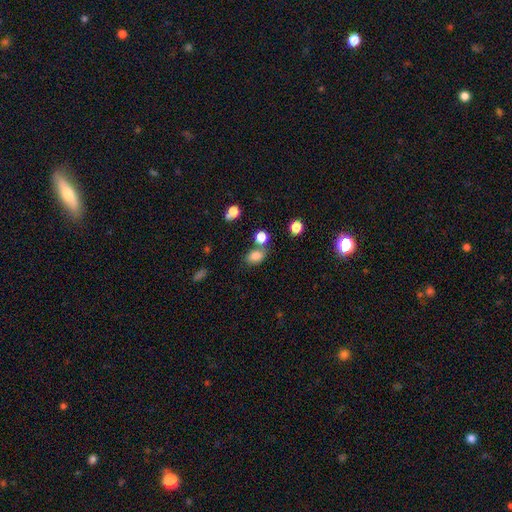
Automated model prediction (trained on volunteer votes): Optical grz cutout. It shows a smooth galaxy with no disk features (81%) that is in between round and cigar-shaped (71%). Merging: none (59%).